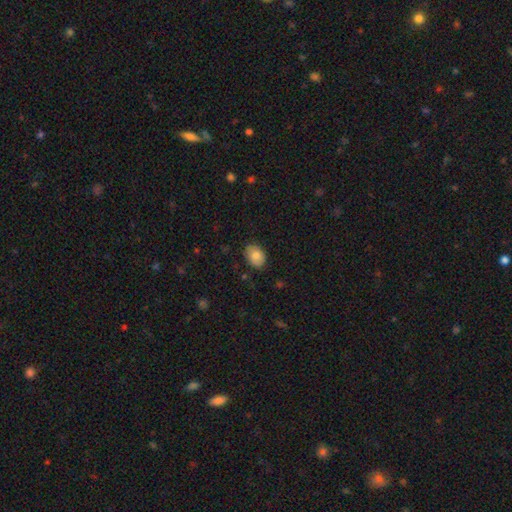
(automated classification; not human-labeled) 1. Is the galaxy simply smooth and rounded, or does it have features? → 81% smooth, 12% featured or disk, 7% star or artifact.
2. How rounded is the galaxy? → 76% in between, 23% round, 1% cigar-shaped.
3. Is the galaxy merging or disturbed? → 84% none, 12% minor disturbance, 2% major disturbance, 1% merger.